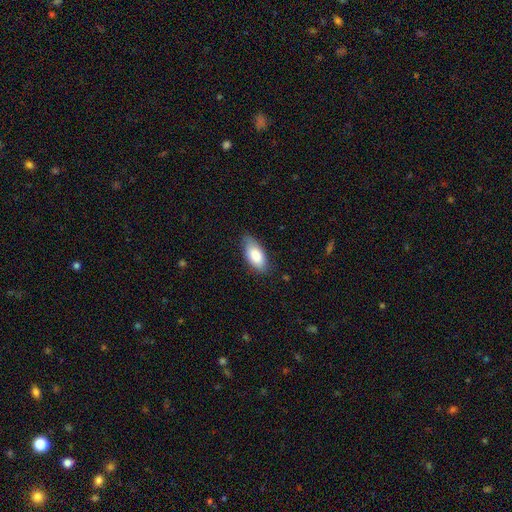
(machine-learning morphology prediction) A smooth galaxy with no disk features (84%) that is in between round and cigar-shaped (90%). Merging: none (77%).